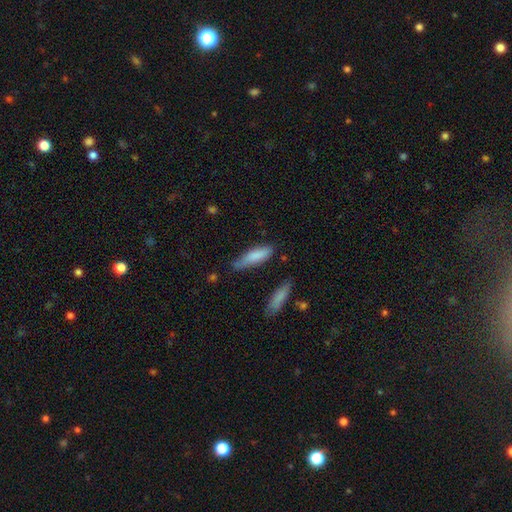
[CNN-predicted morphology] A smooth galaxy with no disk features (81%) that is cigar-shaped (57%). Merging: none (62%).